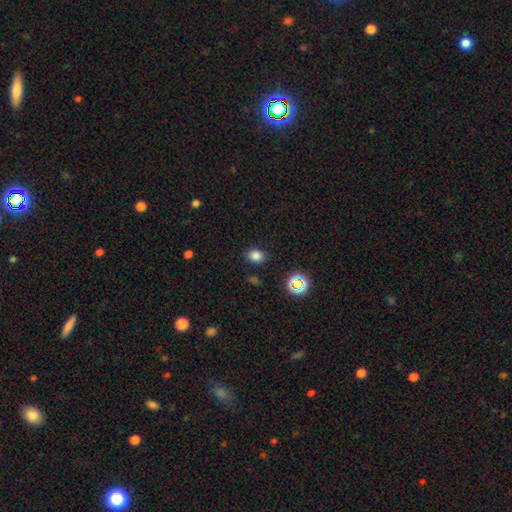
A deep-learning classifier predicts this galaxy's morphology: Smooth or featured: smooth — 79% (star or artifact — 16%)
How rounded: round — 53% (in between — 46%)
Merging: none — 85% (minor disturbance — 10%)